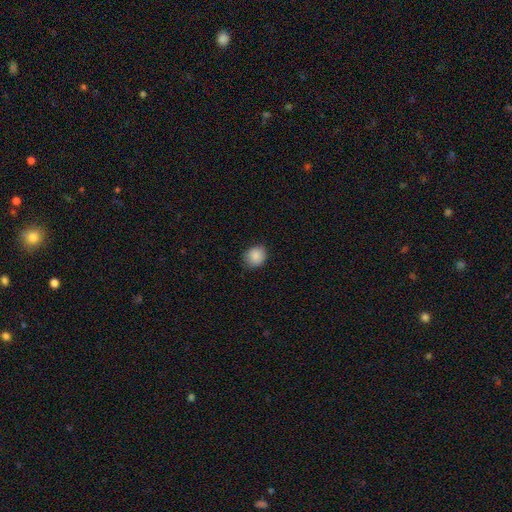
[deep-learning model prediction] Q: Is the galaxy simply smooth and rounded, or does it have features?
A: smooth — 88%.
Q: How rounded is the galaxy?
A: round — 72%.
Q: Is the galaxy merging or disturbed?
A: none — 81%.